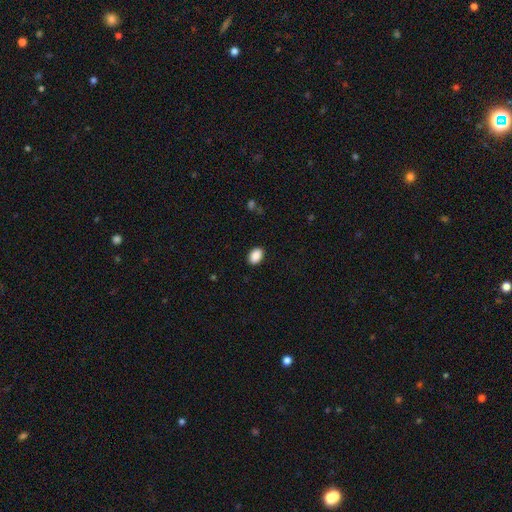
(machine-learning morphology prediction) type=smooth (90%); roundness=in between (83%); merging=none (89%).